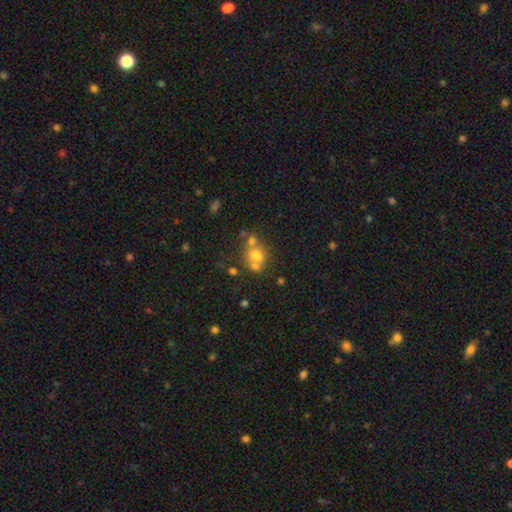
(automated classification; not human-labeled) This appears to be a smooth galaxy with no disk features (61%) that is round (62%). Merging: merger (44%).